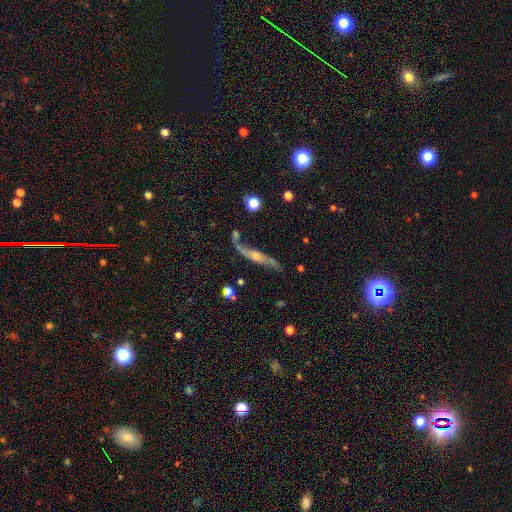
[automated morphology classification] smooth_or_featured: featured or disk (p=0.74) [alt: smooth p=0.17]
disk_edge_on: yes (p=0.56) [alt: no p=0.44]
merging: none (p=0.56) [alt: minor disturbance p=0.22]